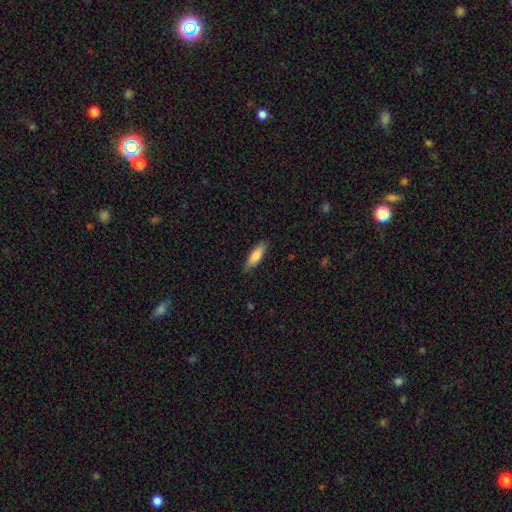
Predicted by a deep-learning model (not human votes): Smooth or featured? Predicted: smooth (p=0.80). How rounded? Predicted: cigar-shaped (p=0.50). Merging? Predicted: none (p=0.84).